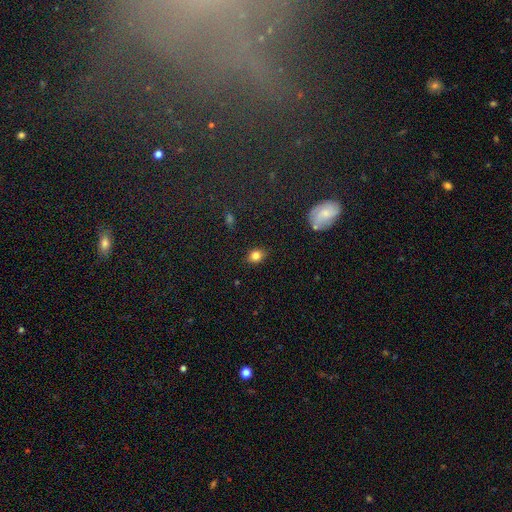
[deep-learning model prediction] Q: Smooth or featured?
A: smooth (82%); runner-up: star or artifact (11%)
Q: How rounded?
A: round (53%); runner-up: in between (45%)
Q: Merging?
A: none (85%); runner-up: minor disturbance (11%)